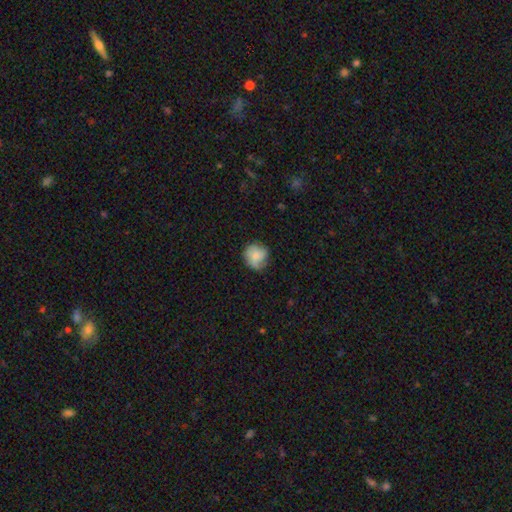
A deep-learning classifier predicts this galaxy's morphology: smooth 72%, featured or disk 21%, star or artifact 8%. Down the decision tree: how rounded — round (86%); merging — none (64%).